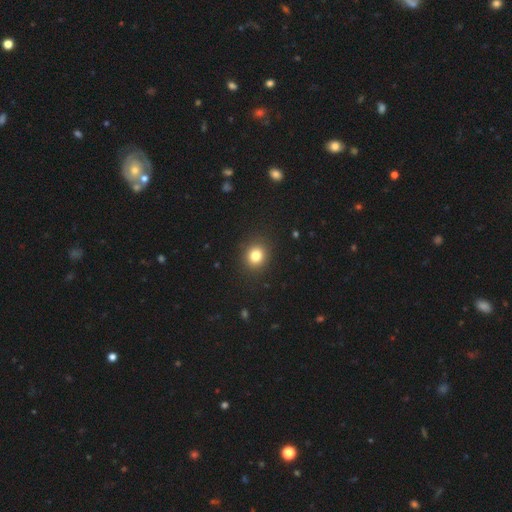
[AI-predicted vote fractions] This is clearly a smooth galaxy (81%). How rounded: likely round (77%). Merging: clearly none (90%).